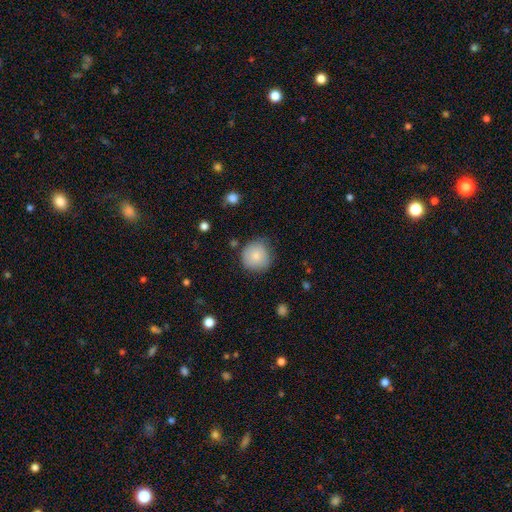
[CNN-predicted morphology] This is clearly a smooth galaxy (83%). How rounded: clearly round (92%). Merging: likely none (75%).